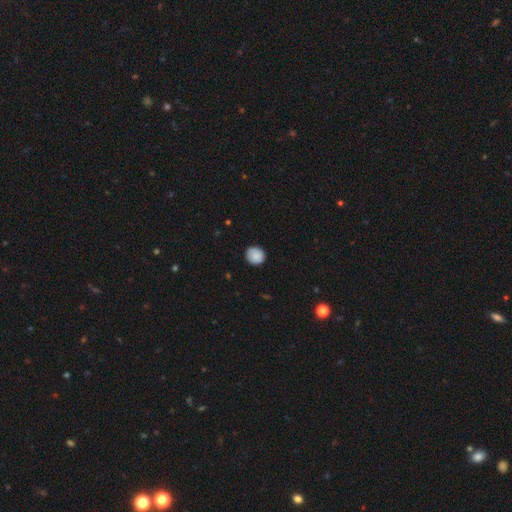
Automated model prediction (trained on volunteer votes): smooth-or-featured: smooth: 87% | star or artifact: 8% | featured or disk: 6%
  how-rounded: round: 83% | in between: 16% | cigar-shaped: 1%
  merging: none: 86% | minor disturbance: 11% | major disturbance: 2% | merger: 1%